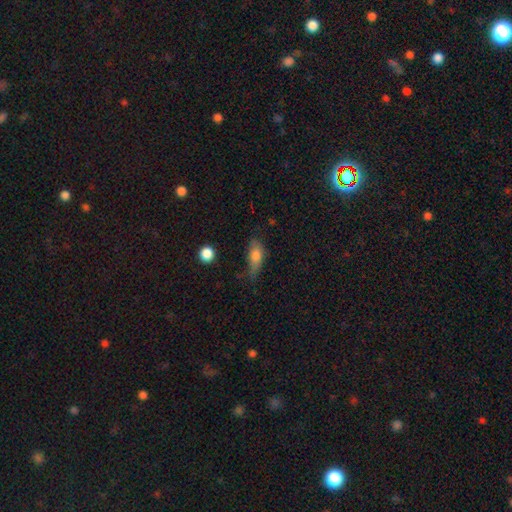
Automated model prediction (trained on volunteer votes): Overall: smooth (75%). How rounded: in between (79%). Merging: minor disturbance (39%; none 38%).